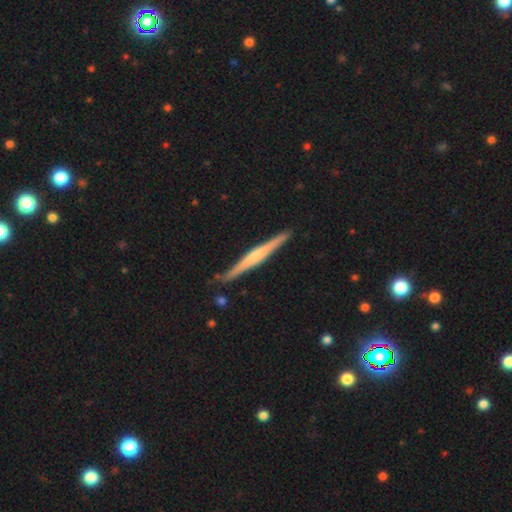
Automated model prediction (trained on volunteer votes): smooth_or_featured: featured or disk (p=0.66) [alt: smooth p=0.29]
disk_edge_on: yes (p=0.98) [alt: no p=0.02]
edge_on_bulge: rounded (p=0.56) [alt: none p=0.29]
merging: none (p=0.86) [alt: minor disturbance p=0.11]